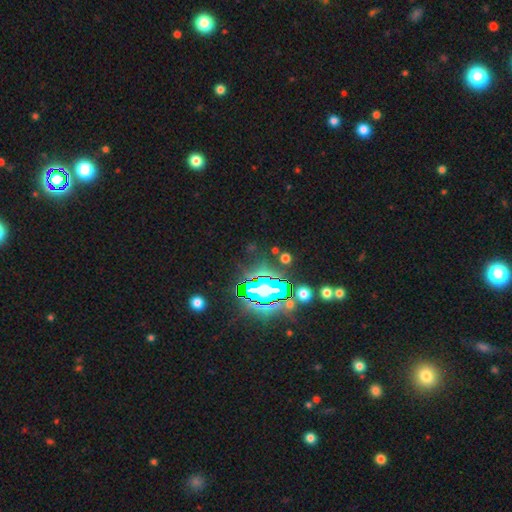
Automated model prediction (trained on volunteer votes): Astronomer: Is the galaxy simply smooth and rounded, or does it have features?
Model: star or artifact — 83%.